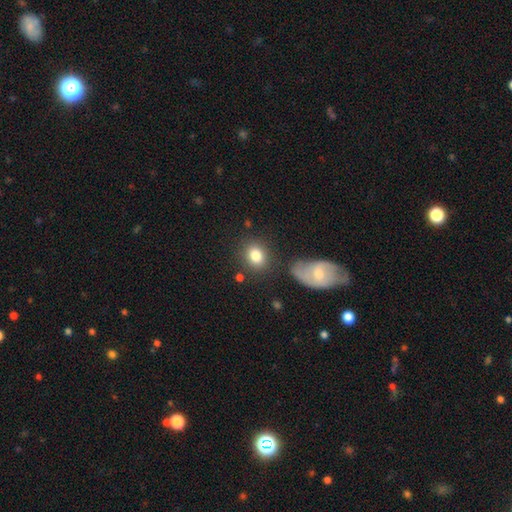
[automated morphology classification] Smooth or featured? Predicted: smooth (p=0.83). How rounded? Predicted: round (p=0.55). Merging? Predicted: none (p=0.76).